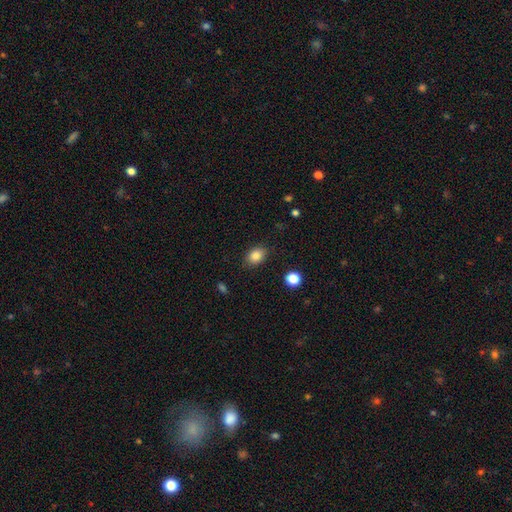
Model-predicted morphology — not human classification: The model was most divided on "how rounded": in between: 70%, round: 29%, cigar-shaped: 1%. More confident: merging — none (86%); smooth or featured — smooth (85%).